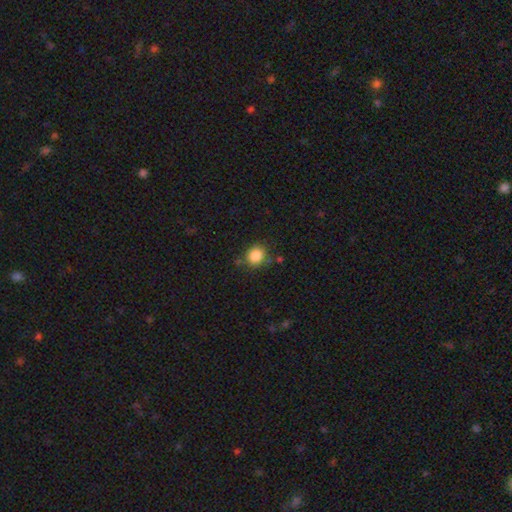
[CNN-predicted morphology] The model was most divided on "how rounded": round: 75%, in between: 24%, cigar-shaped: 1%. More confident: smooth or featured — smooth (86%); merging — none (78%).